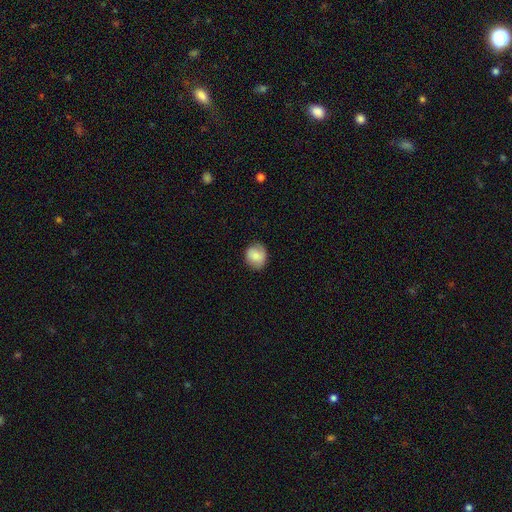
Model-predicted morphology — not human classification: Smooth or featured? smooth (81%)
How rounded? round (75%)
Merging? none (79%)